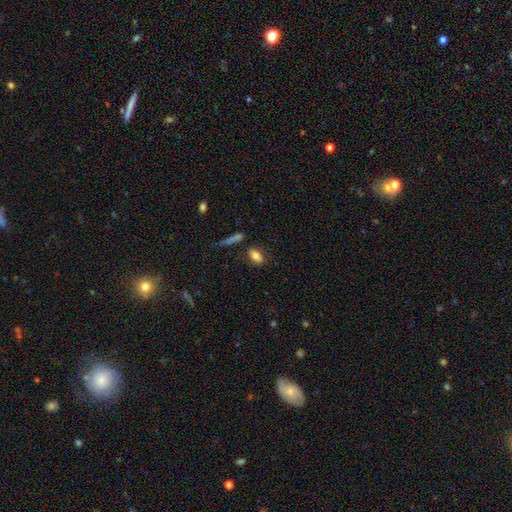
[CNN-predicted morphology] type=smooth (77%); roundness=in between (83%); merging=none (73%).